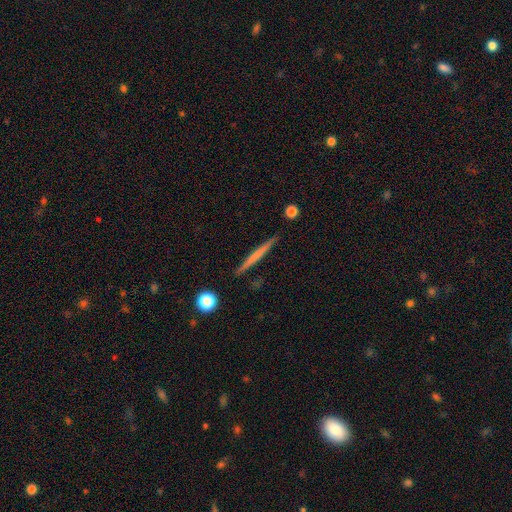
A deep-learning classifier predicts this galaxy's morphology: The model was most divided on "smooth or featured": smooth: 51%, featured or disk: 43%, star or artifact: 6%. More confident: how rounded — cigar-shaped (96%); merging — none (90%).